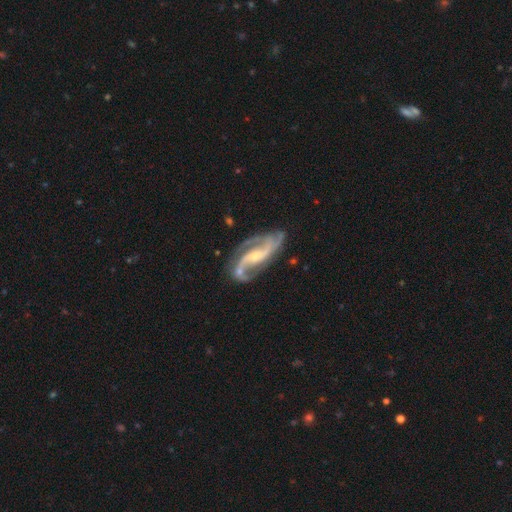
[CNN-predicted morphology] Smooth or featured? featured or disk (91%)
Edge-on disk? no (95%)
Bar? weak (38%)
Spiral arms? yes (98%)
Spiral winding? medium (51%)
Spiral arm count? 2 (74%)
Bulge size? small (56%)
Merging? none (67%)